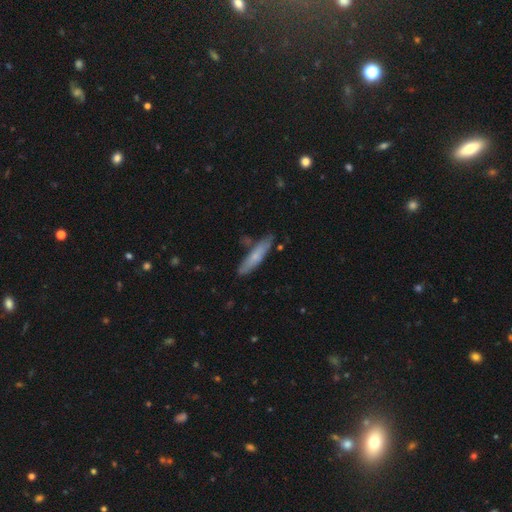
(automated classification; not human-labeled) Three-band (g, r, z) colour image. It shows a smooth galaxy with no disk features (64%) that is cigar-shaped (81%). Merging: none (74%).